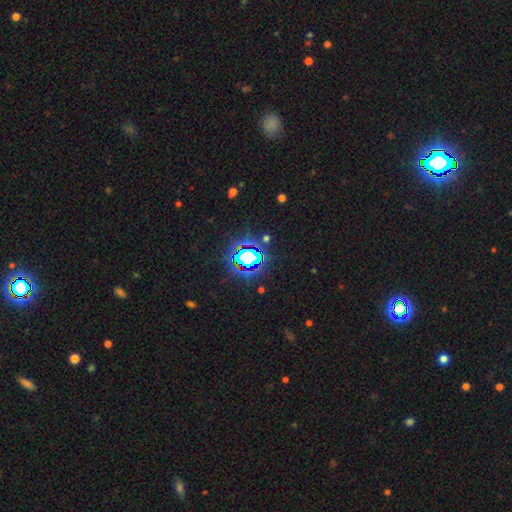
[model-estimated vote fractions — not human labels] This appears to be a star or artifact, not a galaxy (82%).